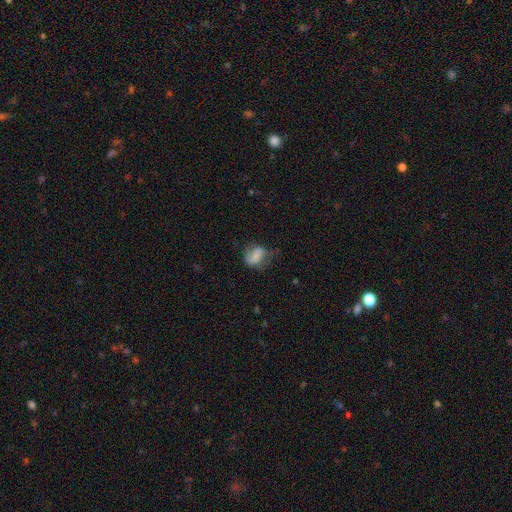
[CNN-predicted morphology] Smooth or featured?
  - smooth: 64% *
  - featured or disk: 27%
  - star or artifact: 9%
How rounded?
  - in between: 61% *
  - round: 37%
  - cigar-shaped: 2%
Merging?
  - none: 45% *
  - minor disturbance: 31%
  - major disturbance: 22%
  - merger: 2%